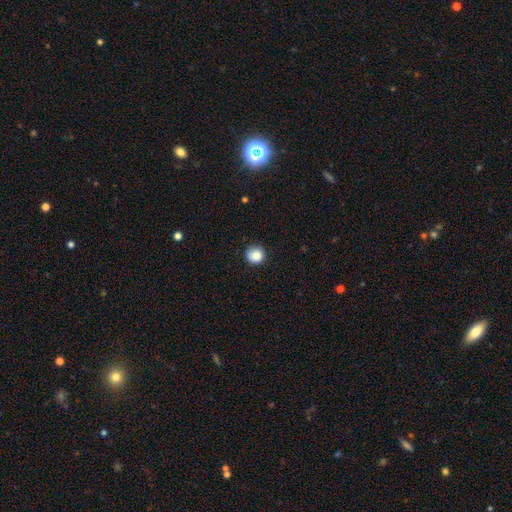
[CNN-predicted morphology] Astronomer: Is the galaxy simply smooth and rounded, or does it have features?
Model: smooth — 87%.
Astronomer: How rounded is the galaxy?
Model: round — 93%.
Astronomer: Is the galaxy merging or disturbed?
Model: none — 83%.